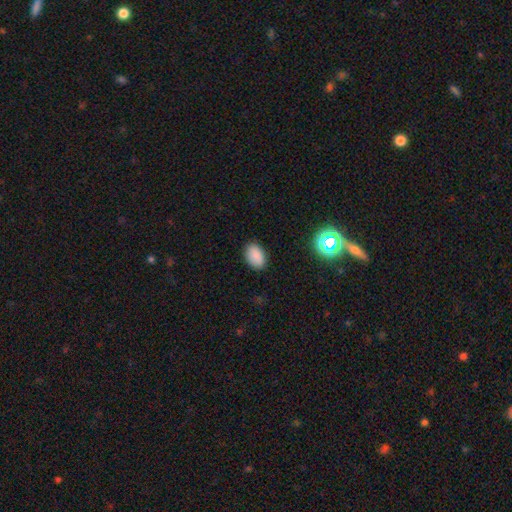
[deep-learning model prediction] smooth 86%, star or artifact 10%, featured or disk 3%. Down the decision tree: how rounded — in between (87%); merging — none (87%).